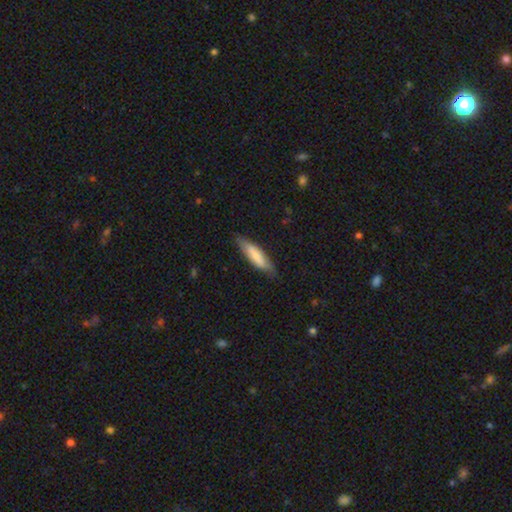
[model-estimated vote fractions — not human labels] This is likely a smooth galaxy (72%). How rounded: likely cigar-shaped (67%). Merging: likely none (79%).